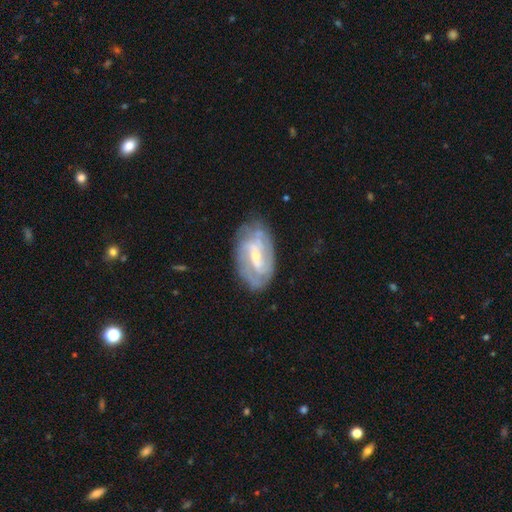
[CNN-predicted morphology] This appears to be a featured or disk galaxy (78%) with a weak bar (46%), 2 (43%) tight (49%) spiral arms (85%) and a small central bulge (58%). Merging: none (71%).